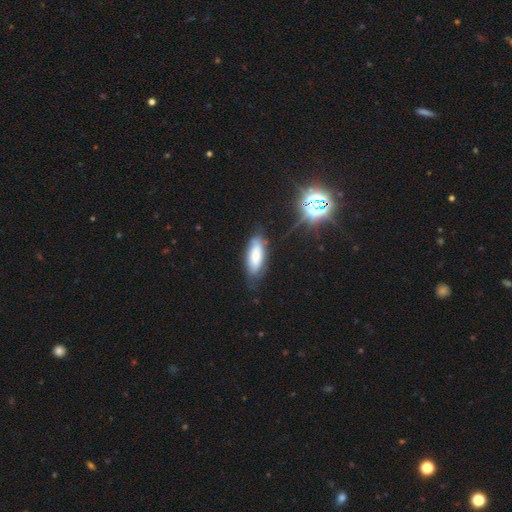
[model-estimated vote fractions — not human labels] Smooth or featured?
  - smooth: 71% *
  - featured or disk: 20%
  - star or artifact: 10%
How rounded?
  - in between: 73% *
  - cigar-shaped: 25%
  - round: 2%
Merging?
  - none: 69% *
  - minor disturbance: 23%
  - major disturbance: 6%
  - merger: 2%